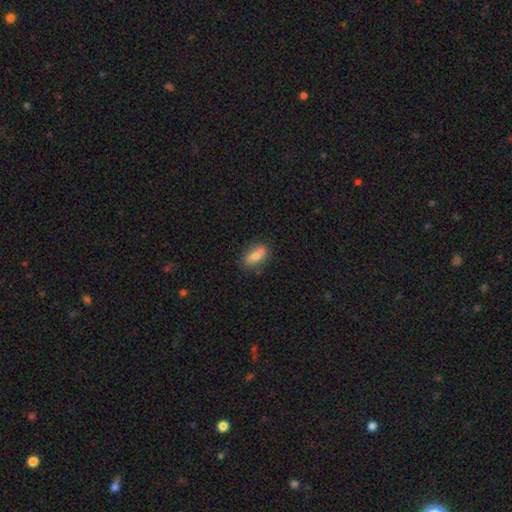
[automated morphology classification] Q: Smooth or featured?
A: smooth (71%); runner-up: featured or disk (21%)
Q: How rounded?
A: in between (79%); runner-up: cigar-shaped (15%)
Q: Merging?
A: none (78%); runner-up: minor disturbance (16%)